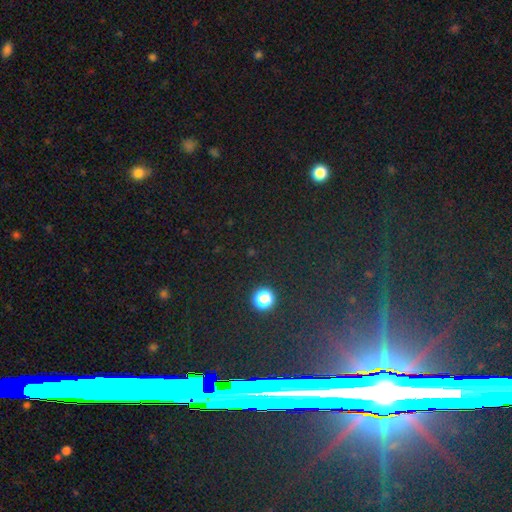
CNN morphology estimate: The model was most divided on "smooth or featured": star or artifact: 73%, smooth: 14%, featured or disk: 13%.